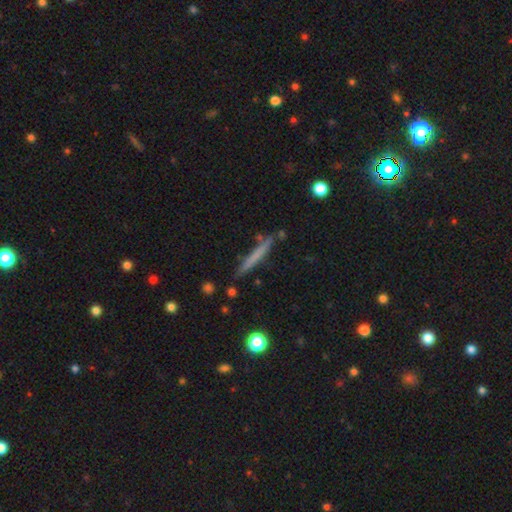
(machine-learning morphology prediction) Q: Smooth or featured?
A: smooth (59%); runner-up: featured or disk (35%)
Q: How rounded?
A: cigar-shaped (96%); runner-up: in between (3%)
Q: Merging?
A: none (83%); runner-up: minor disturbance (11%)